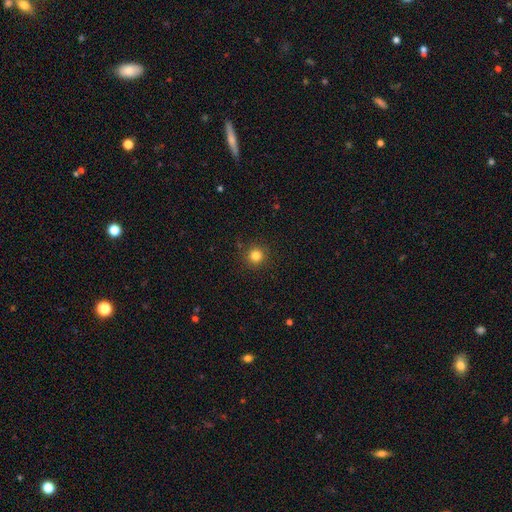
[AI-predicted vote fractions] A smooth galaxy with no disk features (82%) that is round (95%). Merging: none (90%).